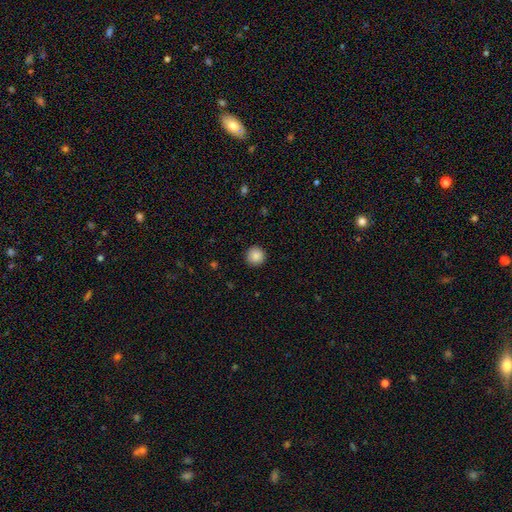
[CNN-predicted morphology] smooth 88%, star or artifact 9%, featured or disk 3%. Down the decision tree: how rounded — round (96%); merging — none (93%).